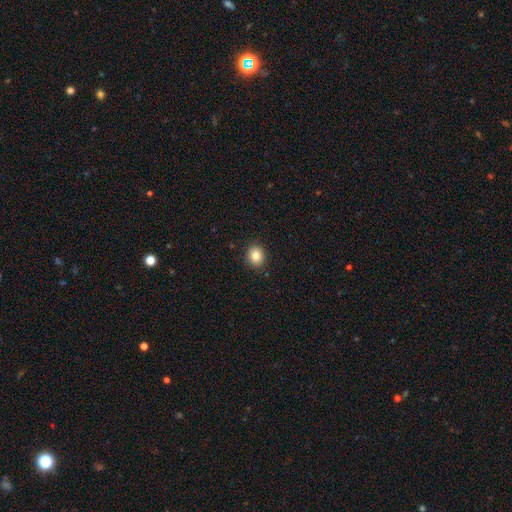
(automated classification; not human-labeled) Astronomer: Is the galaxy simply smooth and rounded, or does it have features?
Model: smooth — 84%.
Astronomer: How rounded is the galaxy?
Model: round — 70%.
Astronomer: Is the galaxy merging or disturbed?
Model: none — 90%.